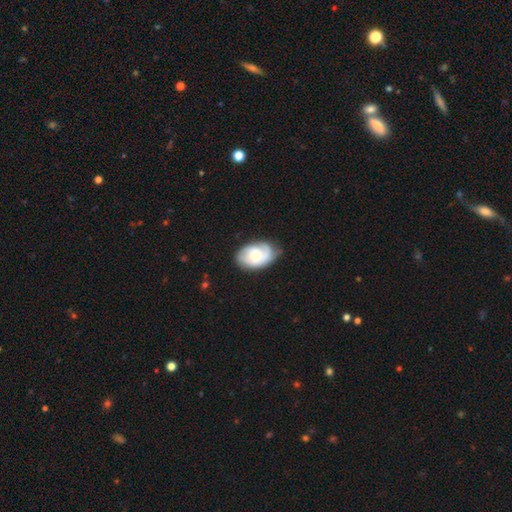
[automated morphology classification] smooth-or-featured: featured or disk: 61% | smooth: 34% | star or artifact: 5%
  disk-edge-on: no: 95% | yes: 5%
    bar: no: 78% | weak: 18% | strong: 3%
    has-spiral-arms: yes: 79% | no: 21%
    bulge-size: moderate: 72% | small: 20% | large: 5% | none: 1% | dominant: 1%
  merging: none: 68% | minor disturbance: 25% | major disturbance: 6% | merger: 1%